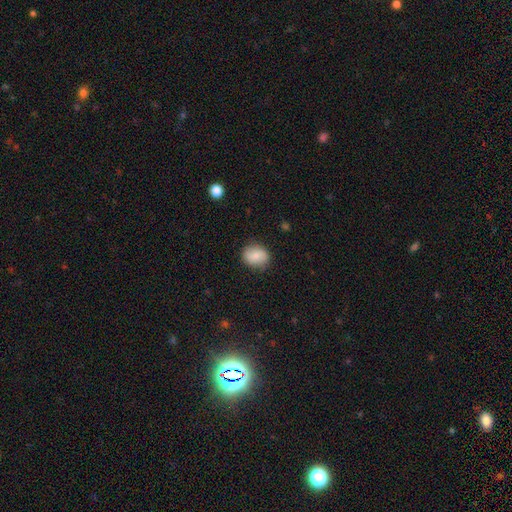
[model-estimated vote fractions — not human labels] Smooth or featured? smooth (76%)
How rounded? round (53%)
Merging? none (81%)